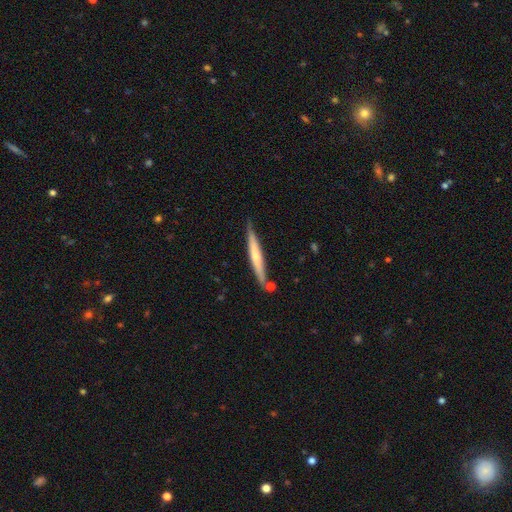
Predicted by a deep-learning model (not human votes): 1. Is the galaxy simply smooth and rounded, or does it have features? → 48% featured or disk, 47% smooth, 5% star or artifact.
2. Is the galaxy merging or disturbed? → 77% none, 14% minor disturbance, 6% merger, 2% major disturbance.